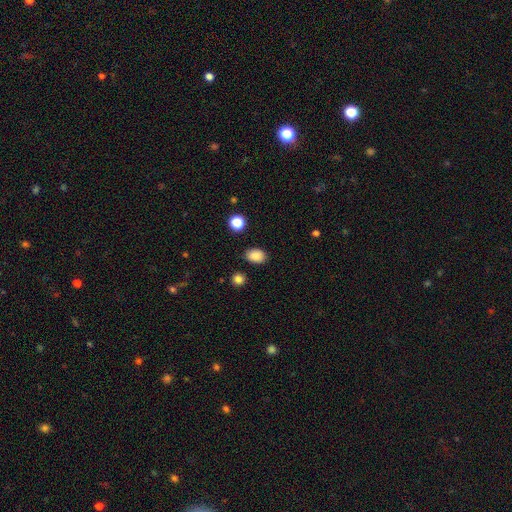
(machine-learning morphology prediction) Smooth or featured: smooth — 87% (star or artifact — 10%)
How rounded: in between — 74% (round — 25%)
Merging: none — 86% (minor disturbance — 10%)